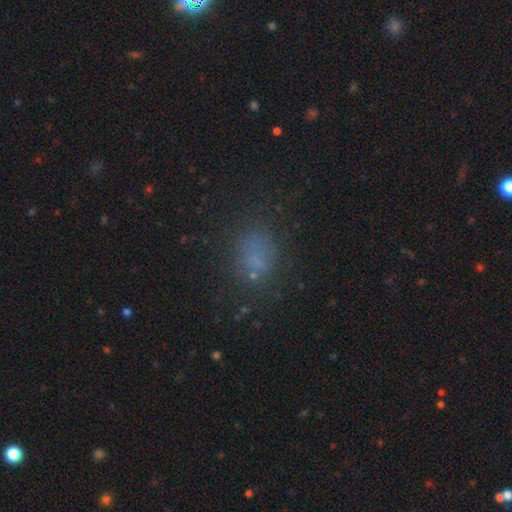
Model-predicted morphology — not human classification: This appears to be a smooth galaxy with no disk features (65%) that is in between round and cigar-shaped (56%). Merging: none (67%).